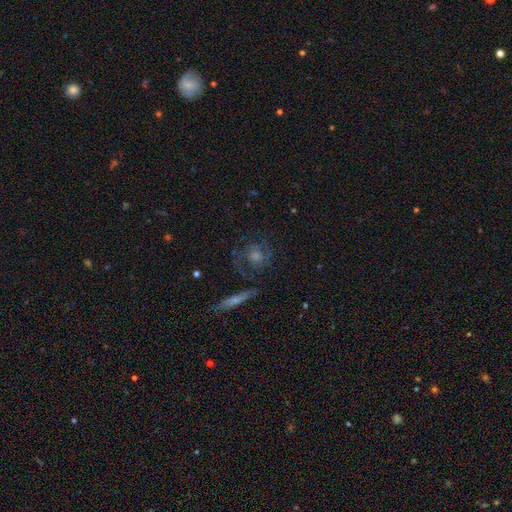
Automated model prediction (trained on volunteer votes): A featured or disk galaxy (62%) with no bar (74%), spiral arms (76%) and a moderate central bulge (44%).

Vote fractions:
- Smooth or featured? featured or disk: 62% / smooth: 22% / star or artifact: 16%
- Edge-on disk? no: 88% / yes: 12%
- Bar? no: 74% / weak: 21% / strong: 5%
- Spiral arms? yes: 76% / no: 24%
- Bulge size? moderate: 44% / small: 24% / large: 19% / none: 9% / dominant: 3%
- Merging? none: 72% / minor disturbance: 14% / major disturbance: 9% / merger: 4%